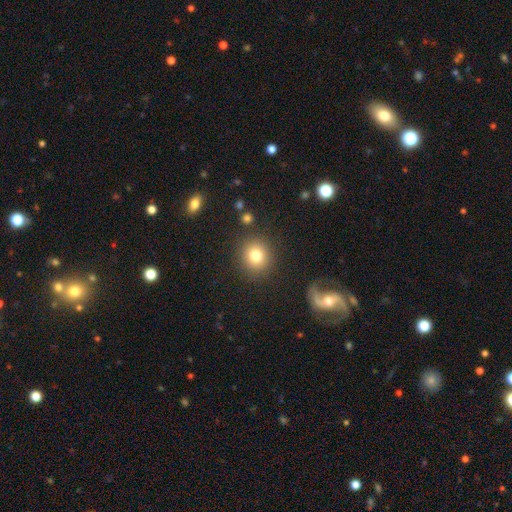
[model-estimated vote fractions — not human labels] This is likely a smooth galaxy (80%). How rounded: clearly round (86%). Merging: clearly none (86%).